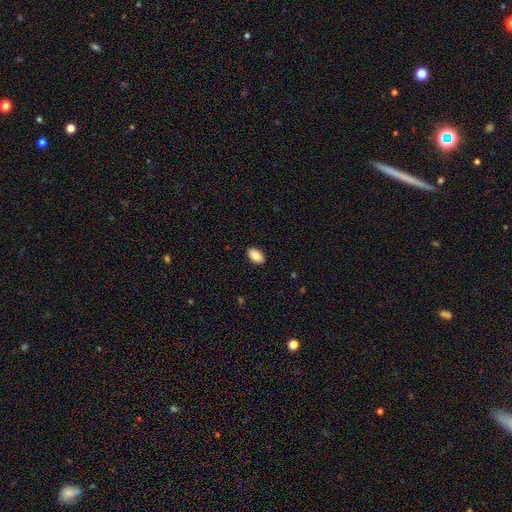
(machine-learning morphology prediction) Smooth or featured: smooth — 86% (star or artifact — 7%)
How rounded: in between — 93% (round — 5%)
Merging: none — 90% (minor disturbance — 7%)